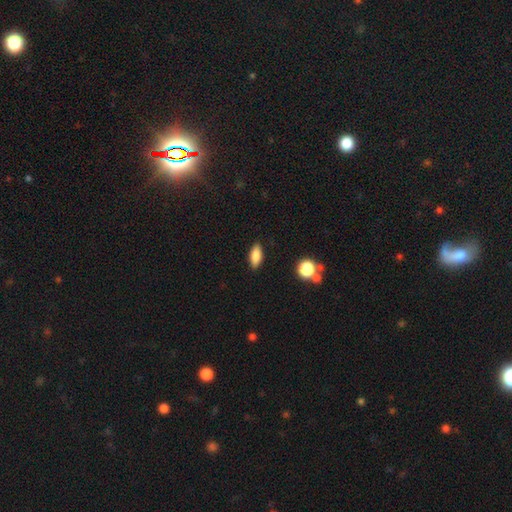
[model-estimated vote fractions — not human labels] A smooth galaxy with no disk features (83%) that is in between round and cigar-shaped (80%). Merging: none (87%).